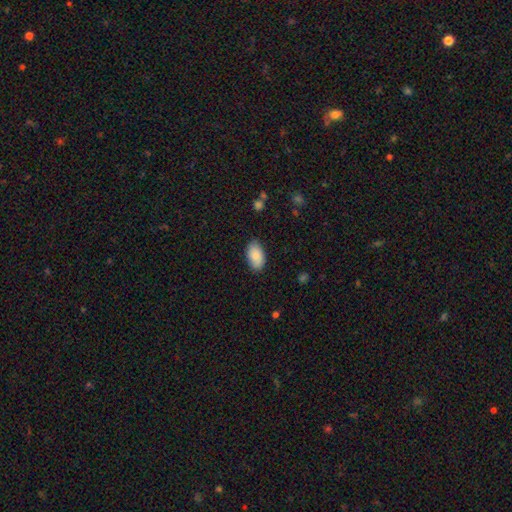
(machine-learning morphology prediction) Smooth or featured?
  - smooth: 86% *
  - featured or disk: 8%
  - star or artifact: 6%
How rounded?
  - in between: 95% *
  - round: 4%
  - cigar-shaped: 2%
Merging?
  - none: 83% *
  - minor disturbance: 13%
  - major disturbance: 3%
  - merger: 1%